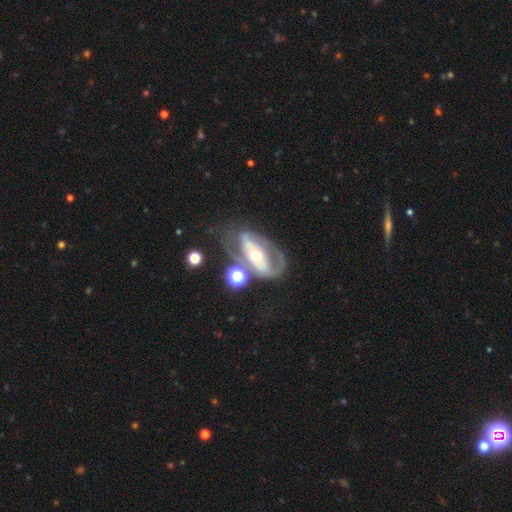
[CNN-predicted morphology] type=featured or disk (81%); edge-on=no (93%); bar=strong (39%); spiral arms=yes (76%); winding=medium (43%); arm count=2 (72%); bulge=moderate (69%); merging=none (48%).